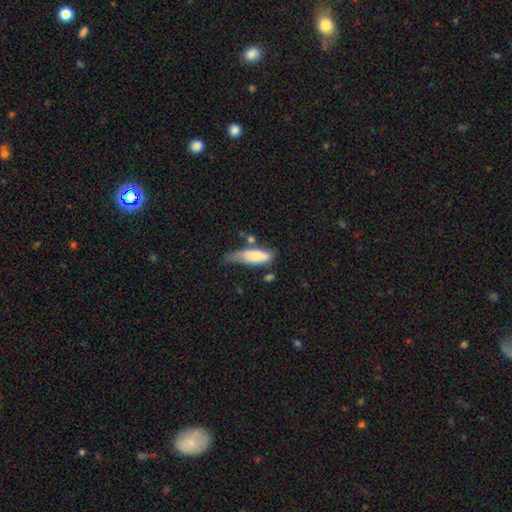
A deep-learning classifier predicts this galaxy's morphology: Smooth or featured?
  - smooth: 75% *
  - featured or disk: 19%
  - star or artifact: 6%
How rounded?
  - in between: 64% *
  - cigar-shaped: 33%
  - round: 2%
Merging?
  - minor disturbance: 39% *
  - none: 28%
  - major disturbance: 21%
  - merger: 12%